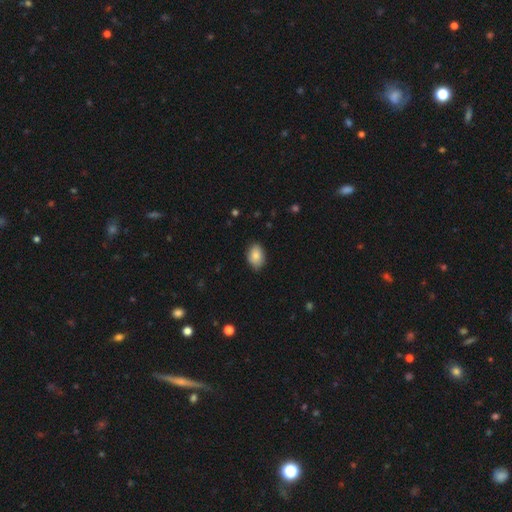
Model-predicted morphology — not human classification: Overall: smooth (85%). How rounded: in between (80%). Merging: none (83%).